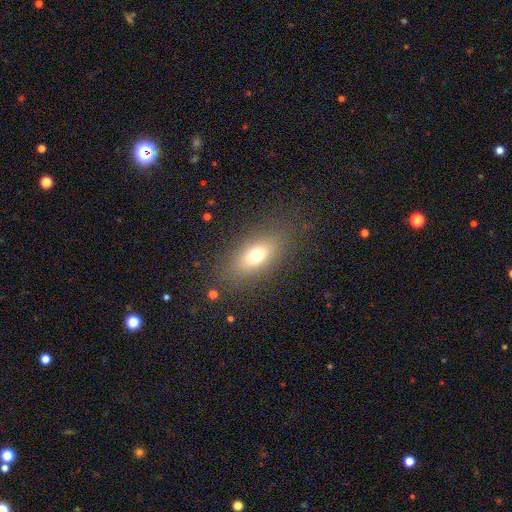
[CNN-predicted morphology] Q: Smooth or featured?
A: smooth (70%); runner-up: featured or disk (18%)
Q: How rounded?
A: in between (79%); runner-up: cigar-shaped (12%)
Q: Merging?
A: none (82%); runner-up: minor disturbance (11%)